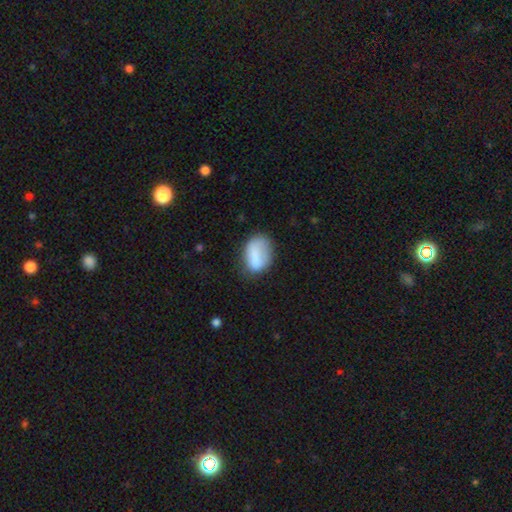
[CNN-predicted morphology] Smooth or featured? smooth (78%)
How rounded? in between (82%)
Merging? none (54%)